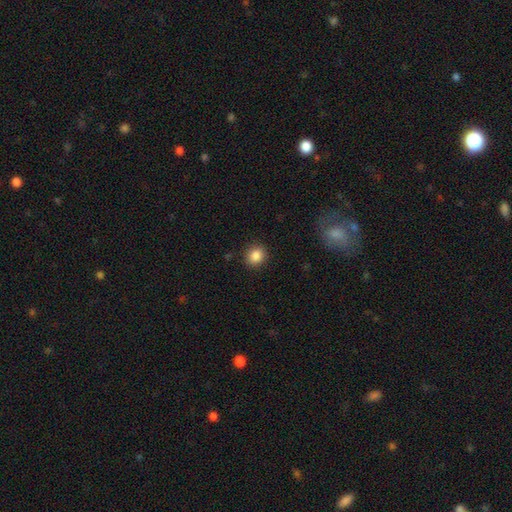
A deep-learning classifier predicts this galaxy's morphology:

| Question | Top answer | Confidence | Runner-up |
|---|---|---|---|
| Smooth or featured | smooth | 86% | star or artifact (10%) |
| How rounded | round | 79% | in between (20%) |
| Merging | none | 89% | minor disturbance (7%) |